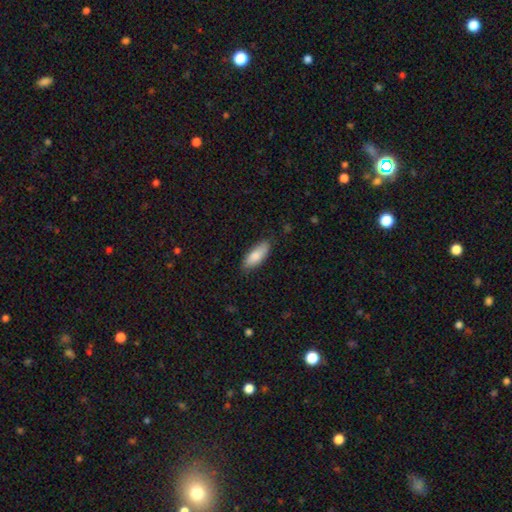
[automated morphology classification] Smooth or featured? smooth (84%)
How rounded? in between (75%)
Merging? none (80%)